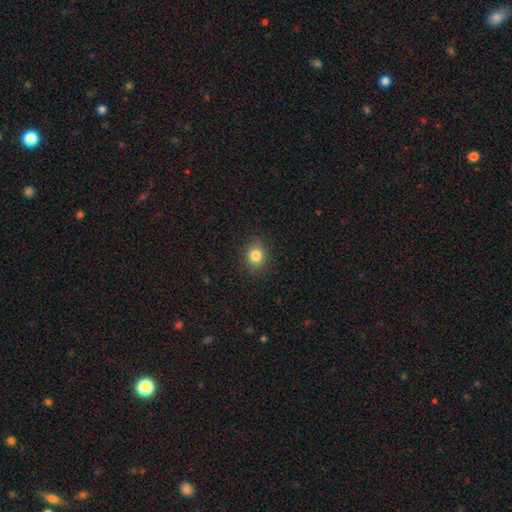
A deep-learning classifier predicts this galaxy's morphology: Smooth or featured: smooth — 83% (star or artifact — 11%)
How rounded: round — 68% (in between — 31%)
Merging: none — 90% (minor disturbance — 7%)